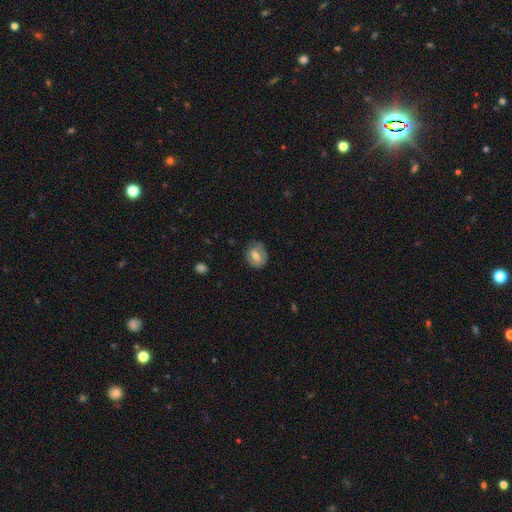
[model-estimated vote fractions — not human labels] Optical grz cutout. It shows a smooth galaxy with no disk features (62%) that is round (55%). Merging: none (67%).